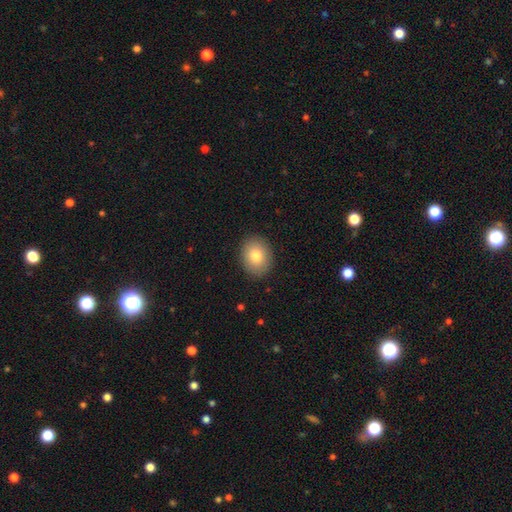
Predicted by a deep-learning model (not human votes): smooth 82%, featured or disk 10%, star or artifact 8%. Down the decision tree: how rounded — round (51%); merging — none (90%).